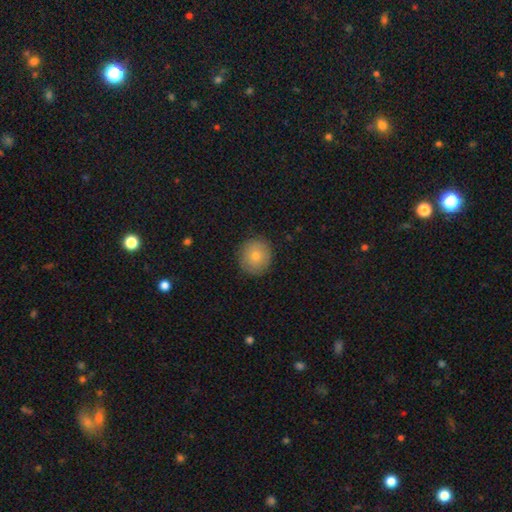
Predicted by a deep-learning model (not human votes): Smooth or featured? smooth (80%)
How rounded? round (90%)
Merging? none (88%)